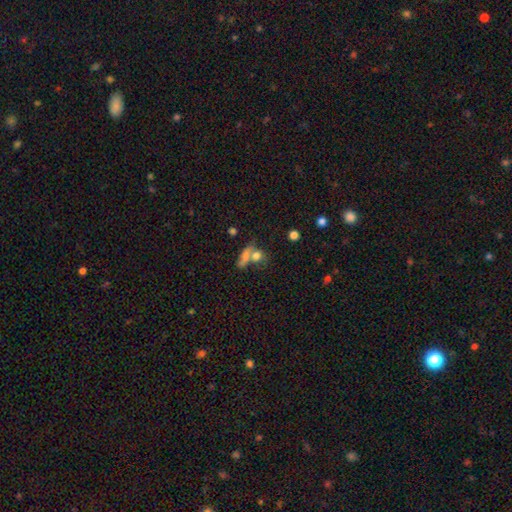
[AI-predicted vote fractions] The model was most divided on "how rounded": round: 48%, in between: 43%, cigar-shaped: 9%. Remaining: smooth or featured — smooth (71%); merging — merger (50%).